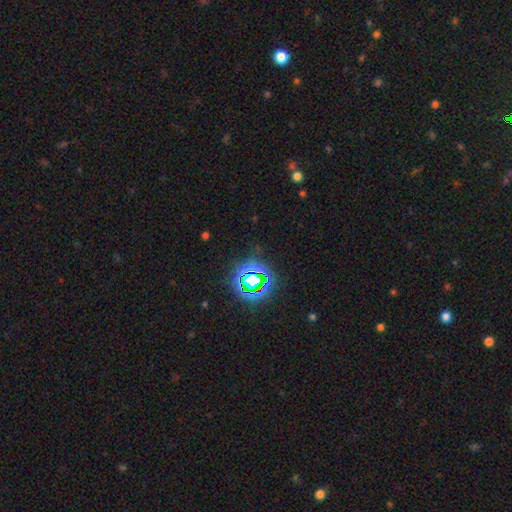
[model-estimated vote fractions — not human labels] Smooth or featured?
  - star or artifact: 79% *
  - smooth: 13%
  - featured or disk: 8%